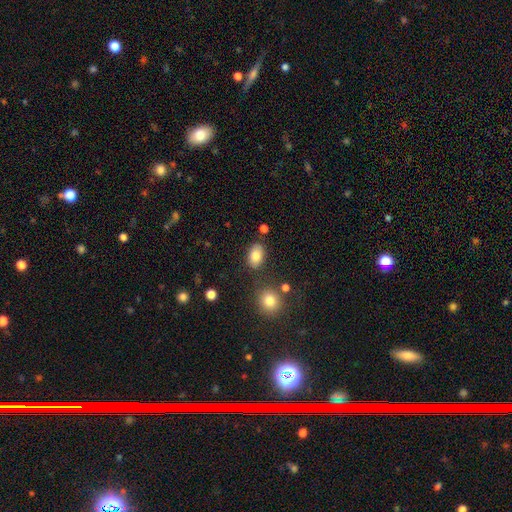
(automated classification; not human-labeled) Smooth or featured? Predicted: smooth (p=0.83). How rounded? Predicted: in between (p=0.86). Merging? Predicted: none (p=0.81).